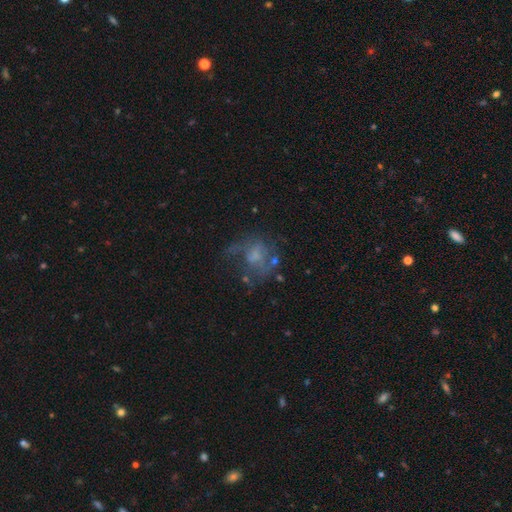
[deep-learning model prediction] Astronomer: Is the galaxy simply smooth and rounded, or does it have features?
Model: featured or disk — 53% (runner-up: smooth, 31%).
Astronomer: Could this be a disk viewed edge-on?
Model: no — 97%.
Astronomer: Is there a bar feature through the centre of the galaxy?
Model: no — 74%.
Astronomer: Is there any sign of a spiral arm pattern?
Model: no — 60% (runner-up: yes, 40%).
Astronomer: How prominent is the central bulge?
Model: none — 37% (runner-up: small, 28%).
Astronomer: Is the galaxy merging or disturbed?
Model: none — 40% (runner-up: major disturbance, 35%).